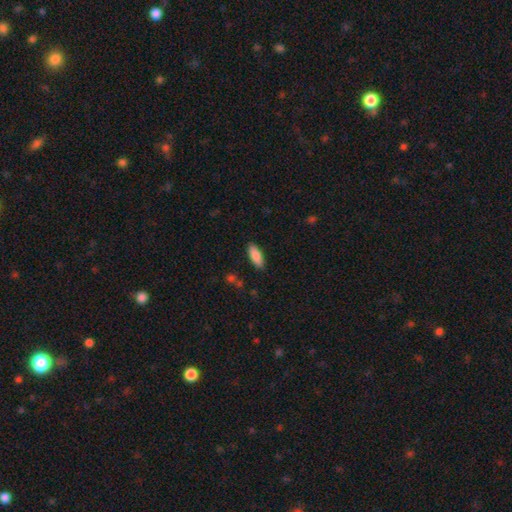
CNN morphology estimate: type=smooth (87%); roundness=in between (76%); merging=none (86%).